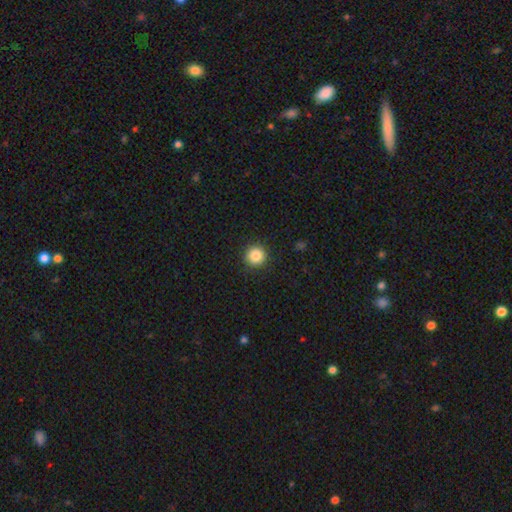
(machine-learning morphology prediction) Overall: smooth (85%). How rounded: round (95%). Merging: none (92%).